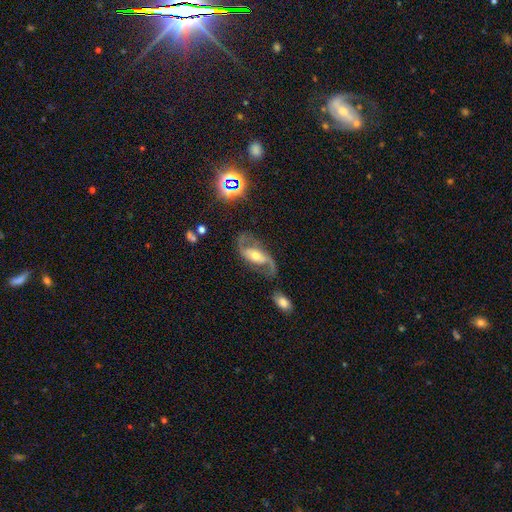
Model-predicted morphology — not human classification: smooth-or-featured: featured or disk: 86% | smooth: 8% | star or artifact: 6%
  disk-edge-on: no: 95% | yes: 5%
    bar: no: 36% | weak: 35% | strong: 30%
    has-spiral-arms: yes: 94% | no: 6%
      spiral-winding: loose: 55% | medium: 37% | tight: 9%
      spiral-arm-count: 2: 91% | 1: 4% | can't tell: 3% | 3: 1% | 4: 1% | more than 4: 1%
    bulge-size: moderate: 63% | small: 26% | large: 9% | none: 2% | dominant: 1%
  merging: none: 65% | minor disturbance: 16% | major disturbance: 14% | merger: 4%